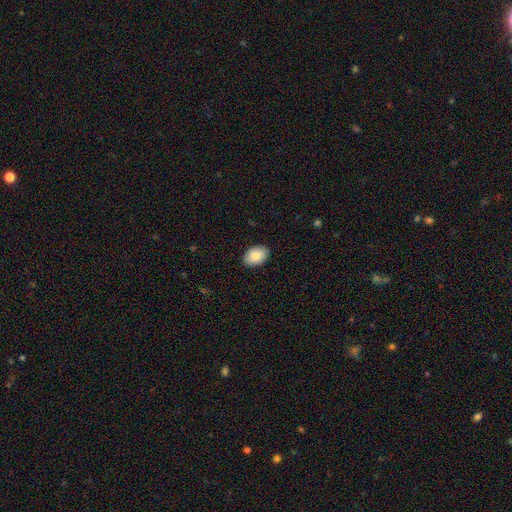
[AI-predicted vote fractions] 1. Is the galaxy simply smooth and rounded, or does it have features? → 86% smooth, 8% featured or disk, 6% star or artifact.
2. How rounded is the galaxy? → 88% in between, 10% round, 1% cigar-shaped.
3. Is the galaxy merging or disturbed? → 88% none, 9% minor disturbance, 2% major disturbance, 1% merger.